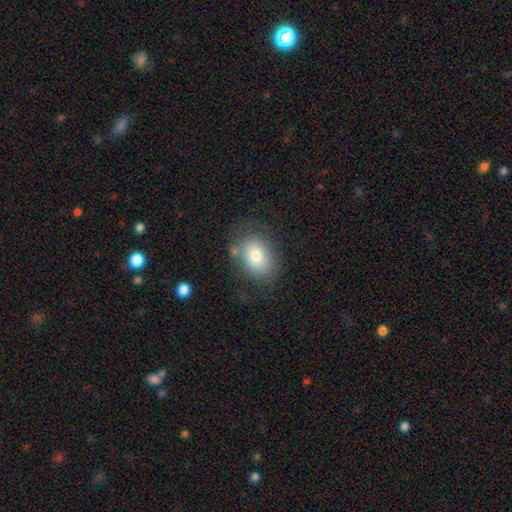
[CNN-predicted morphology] Overall: smooth (73%). How rounded: in between (75%). Merging: none (65%).